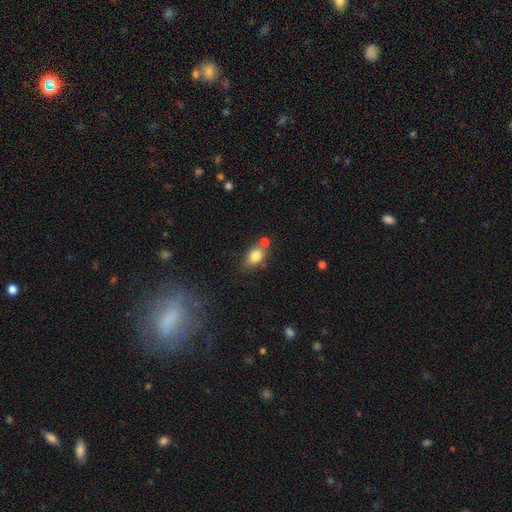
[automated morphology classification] A smooth galaxy with no disk features (80%) that is in between round and cigar-shaped (78%). Merging: none (59%).